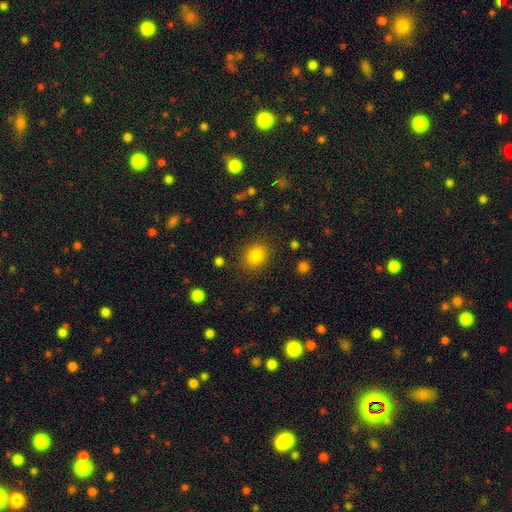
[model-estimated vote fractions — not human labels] smooth-or-featured: smooth: 84% | star or artifact: 11% | featured or disk: 5%
  how-rounded: round: 66% | in between: 34% | cigar-shaped: 1%
  merging: none: 86% | minor disturbance: 9% | major disturbance: 4% | merger: 2%